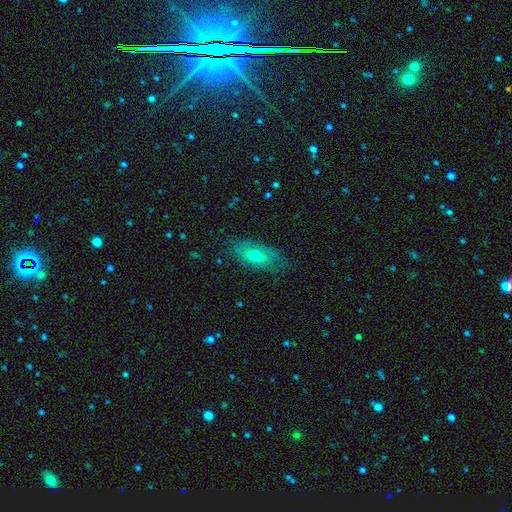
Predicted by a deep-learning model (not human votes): Smooth or featured?
  - smooth: 56% *
  - featured or disk: 36%
  - star or artifact: 8%
How rounded?
  - in between: 82% *
  - cigar-shaped: 14%
  - round: 4%
Merging?
  - none: 73% *
  - minor disturbance: 20%
  - major disturbance: 5%
  - merger: 1%